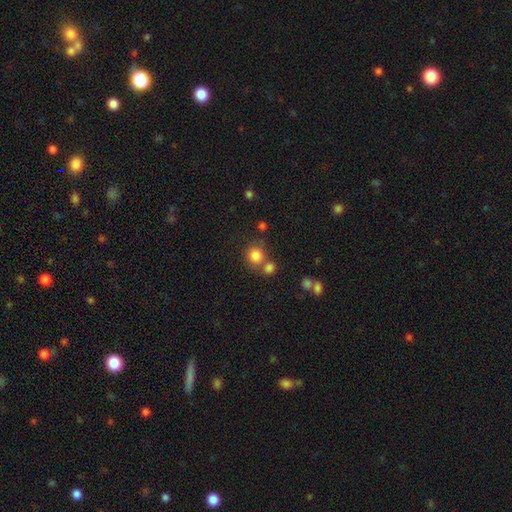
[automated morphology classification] smooth 82%, star or artifact 12%, featured or disk 6%. Down the decision tree: how rounded — round (86%); merging — none (60%).